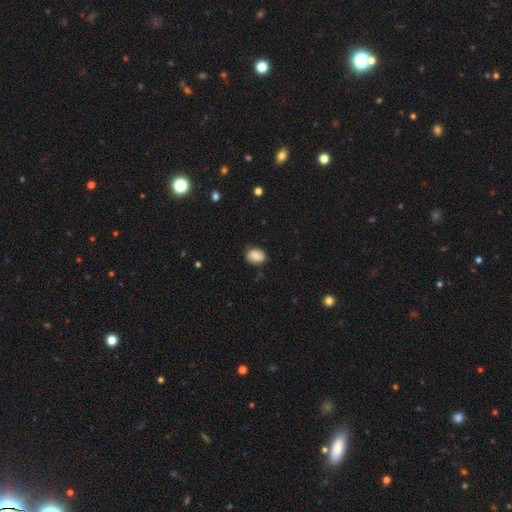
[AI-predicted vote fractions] This is likely a smooth galaxy (75%). How rounded: likely in between (66%). Merging: likely none (77%).